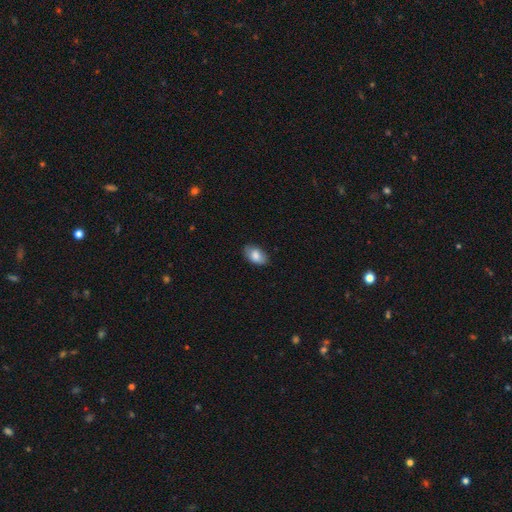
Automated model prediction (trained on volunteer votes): This appears to be a smooth galaxy with no disk features (83%) that is in between round and cigar-shaped (92%). Merging: none (80%).